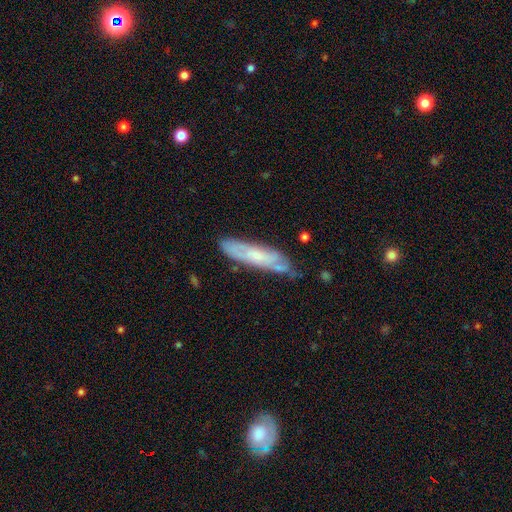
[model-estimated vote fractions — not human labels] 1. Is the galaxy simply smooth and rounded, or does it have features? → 54% featured or disk, 39% smooth, 7% star or artifact.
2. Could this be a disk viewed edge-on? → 58% no, 42% yes.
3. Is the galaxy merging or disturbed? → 67% none, 25% minor disturbance, 6% major disturbance, 3% merger.